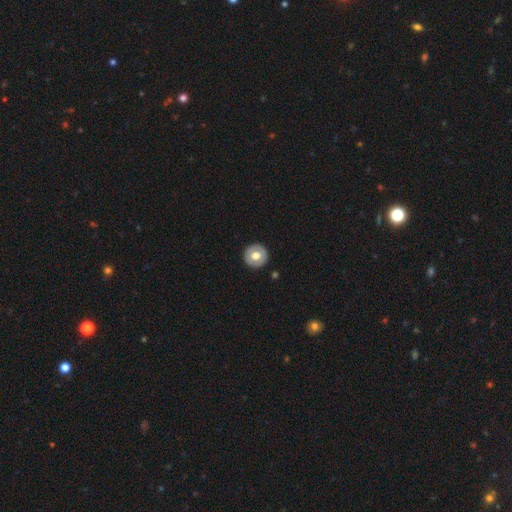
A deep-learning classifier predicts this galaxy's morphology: A smooth galaxy with no disk features (65%) that is round (95%). Merging: none (92%).